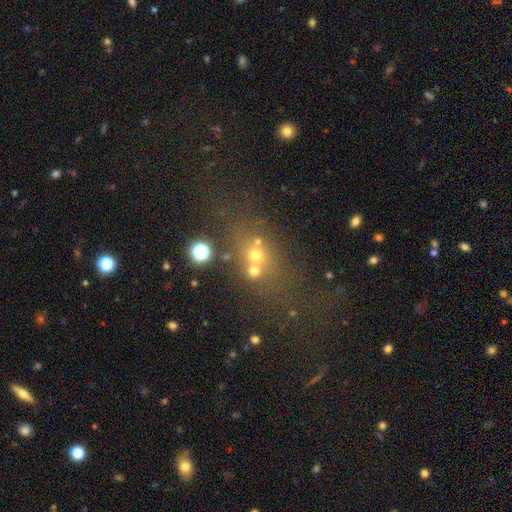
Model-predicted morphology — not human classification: A smooth galaxy with no disk features (50%). Merging: none (49%).